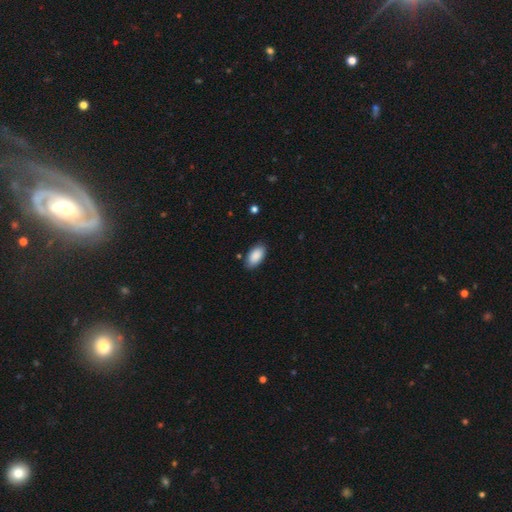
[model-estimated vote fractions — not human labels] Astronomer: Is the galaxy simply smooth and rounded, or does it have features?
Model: smooth — 89%.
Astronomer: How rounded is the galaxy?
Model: in between — 95%.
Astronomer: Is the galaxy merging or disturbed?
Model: none — 84%.